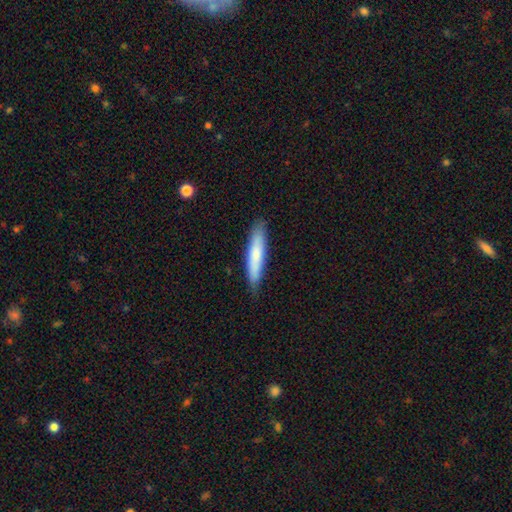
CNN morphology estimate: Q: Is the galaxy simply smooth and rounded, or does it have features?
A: smooth — 72%.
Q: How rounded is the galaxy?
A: cigar-shaped — 87%.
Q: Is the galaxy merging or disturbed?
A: none — 83%.